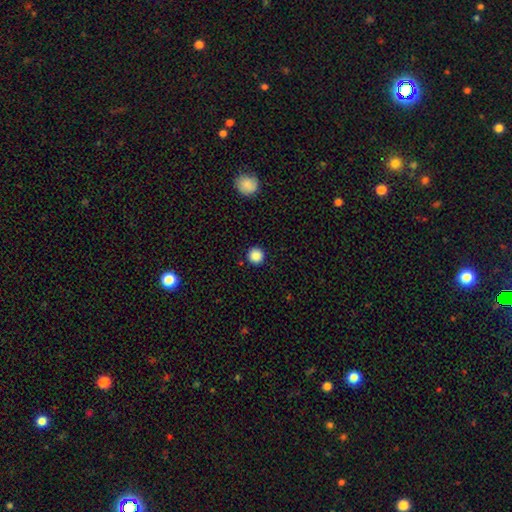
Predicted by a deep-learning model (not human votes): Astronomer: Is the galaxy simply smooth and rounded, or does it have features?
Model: smooth — 88%.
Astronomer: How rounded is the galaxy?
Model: round — 96%.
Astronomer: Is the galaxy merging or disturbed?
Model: none — 92%.